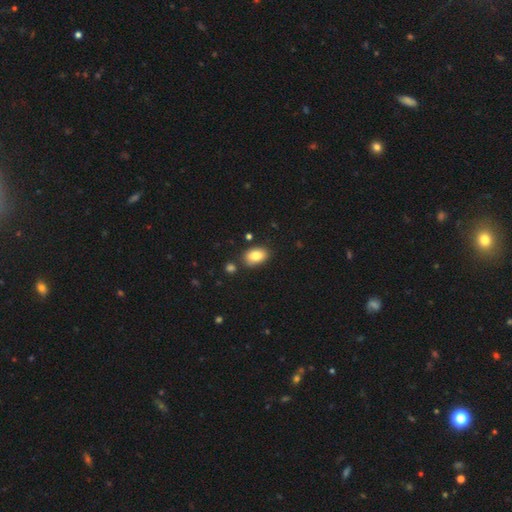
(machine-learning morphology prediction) Smooth or featured: smooth — 82% (featured or disk — 10%)
How rounded: in between — 86% (round — 12%)
Merging: none — 81% (minor disturbance — 12%)